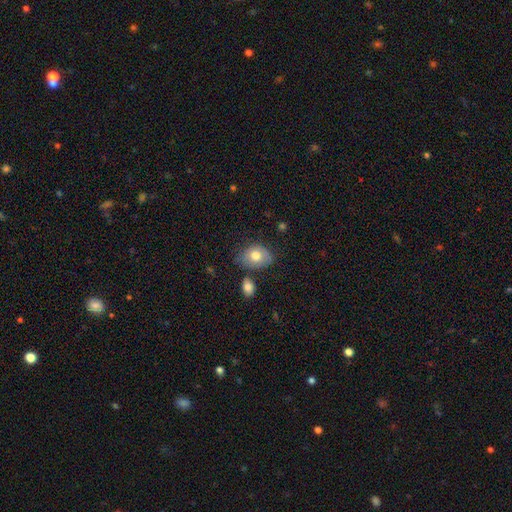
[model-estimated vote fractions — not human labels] Overall: smooth (75%). How rounded: in between (74%). Merging: none (58%; minor disturbance 27%).